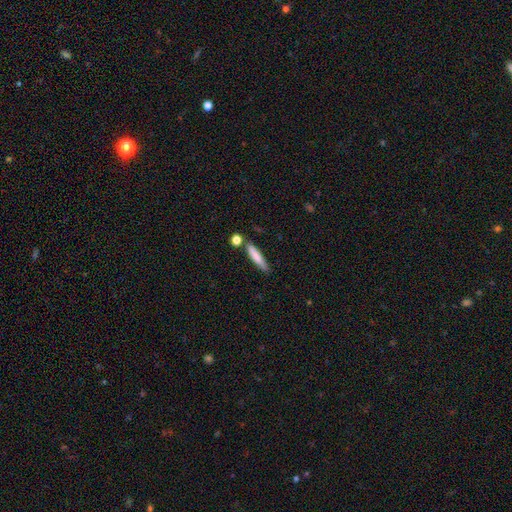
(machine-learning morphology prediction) smooth 78%, featured or disk 15%, star or artifact 7%. Down the decision tree: how rounded — cigar-shaped (86%); merging — none (74%).